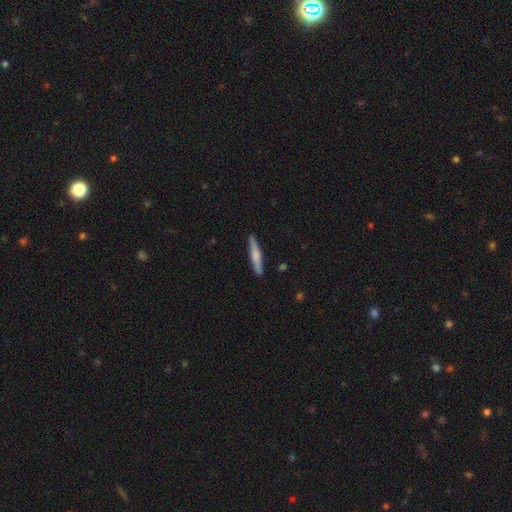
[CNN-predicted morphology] This appears to be a smooth galaxy with no disk features (58%) that is cigar-shaped (92%). Merging: none (90%).